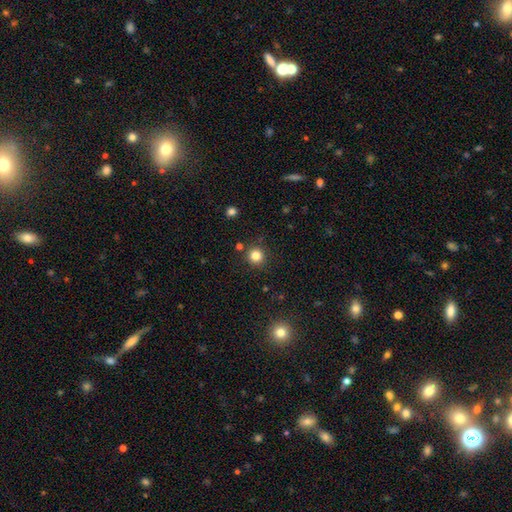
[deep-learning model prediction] Smooth or featured?
  - smooth: 82% *
  - star or artifact: 13%
  - featured or disk: 5%
How rounded?
  - round: 93% *
  - in between: 6%
  - cigar-shaped: 1%
Merging?
  - none: 87% *
  - minor disturbance: 7%
  - merger: 3%
  - major disturbance: 2%